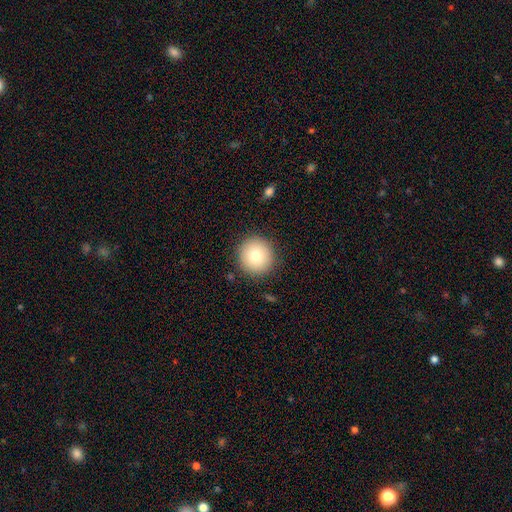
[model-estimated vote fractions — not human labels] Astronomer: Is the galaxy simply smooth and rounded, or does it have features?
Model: smooth — 80%.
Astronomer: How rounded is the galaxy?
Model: round — 95%.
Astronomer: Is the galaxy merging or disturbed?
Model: none — 89%.